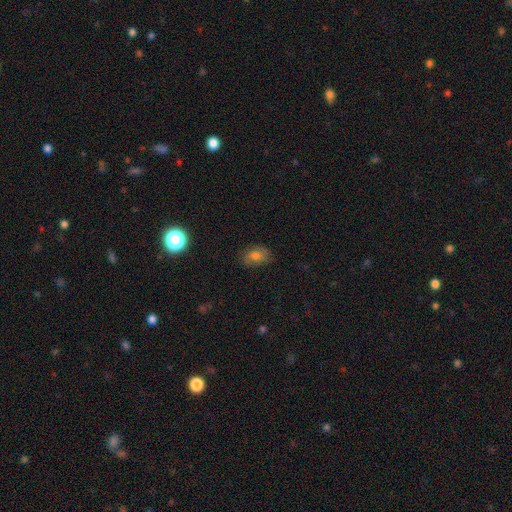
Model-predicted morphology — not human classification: The model was most divided on "how rounded": in between: 75%, round: 23%, cigar-shaped: 1%. More confident: merging — none (79%); smooth or featured — smooth (73%).